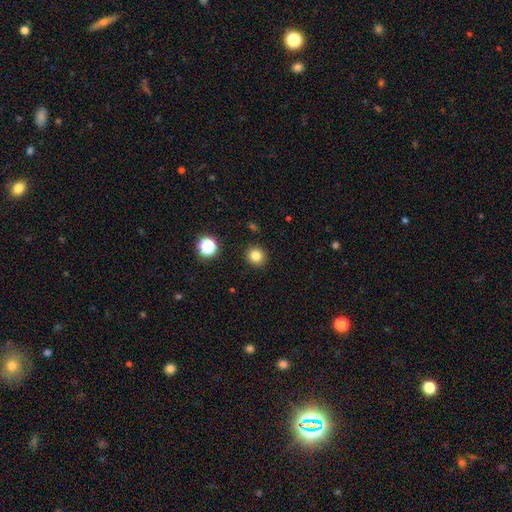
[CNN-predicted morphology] Overall: smooth (81%). How rounded: round (89%). Merging: none (91%).